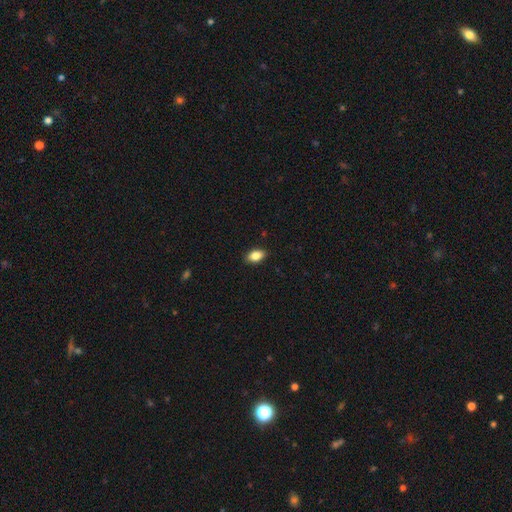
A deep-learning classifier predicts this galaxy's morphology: smooth 85%, star or artifact 8%, featured or disk 8%. Down the decision tree: how rounded — in between (89%); merging — none (89%).